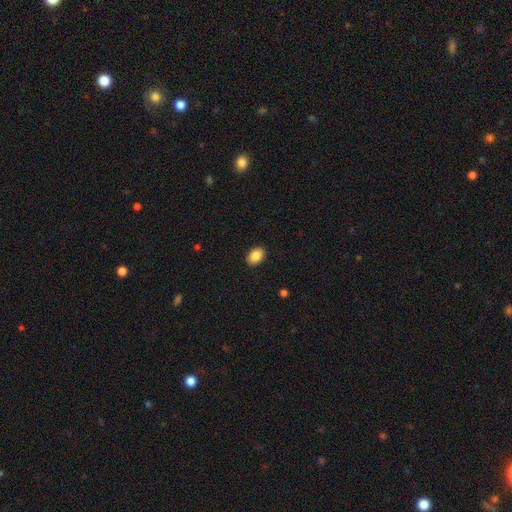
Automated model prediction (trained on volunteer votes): This appears to be a smooth galaxy with no disk features (87%) that is in between round and cigar-shaped (84%). Merging: none (90%).